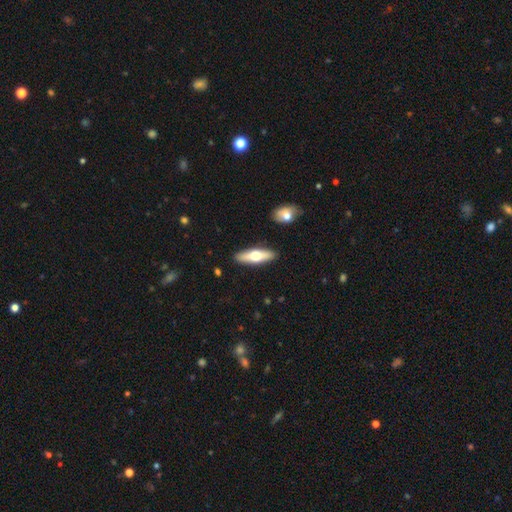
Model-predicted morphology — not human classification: A smooth galaxy with no disk features (51%) that is cigar-shaped (57%). Merging: none (89%).